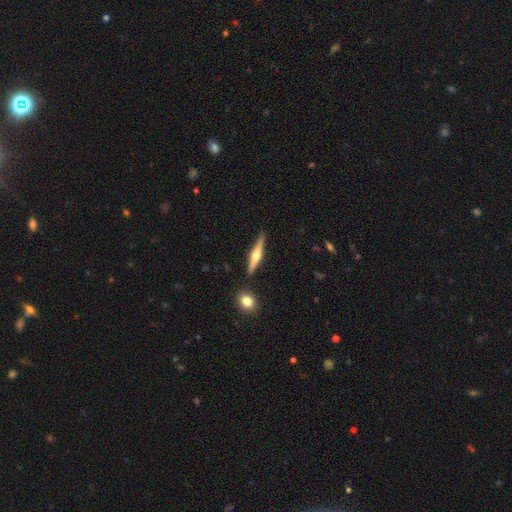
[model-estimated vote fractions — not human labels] Smooth or featured? Predicted: featured or disk (p=0.66). Edge-on disk? Predicted: yes (p=0.97). Edge-on bulge? Predicted: rounded (p=0.92). Merging? Predicted: none (p=0.83).